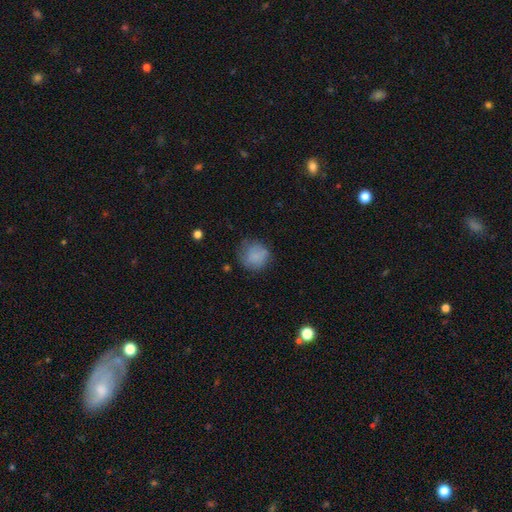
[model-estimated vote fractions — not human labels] A smooth galaxy with no disk features (78%) that is round (86%). Merging: none (62%).